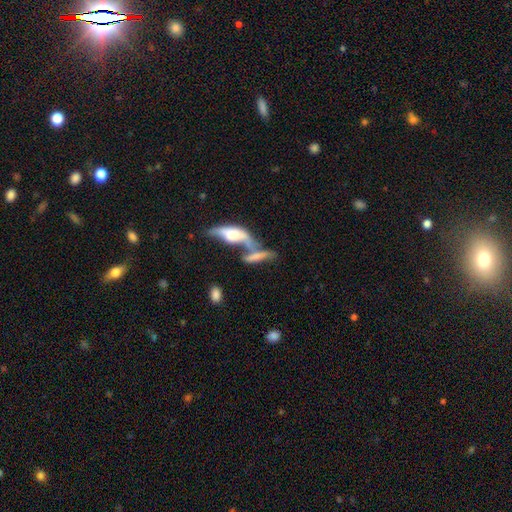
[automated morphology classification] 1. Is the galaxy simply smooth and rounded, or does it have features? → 56% smooth, 35% featured or disk, 9% star or artifact.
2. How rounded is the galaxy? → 52% cigar-shaped, 45% in between, 4% round.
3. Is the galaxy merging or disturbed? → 67% merger, 16% none, 9% major disturbance, 7% minor disturbance.